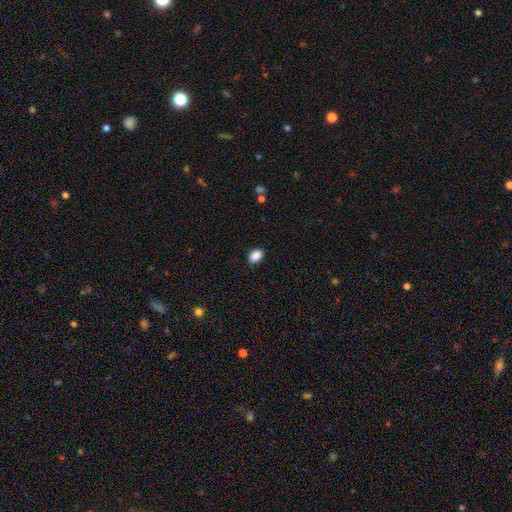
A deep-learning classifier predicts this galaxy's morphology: type=smooth (89%); roundness=in between (84%); merging=none (87%).